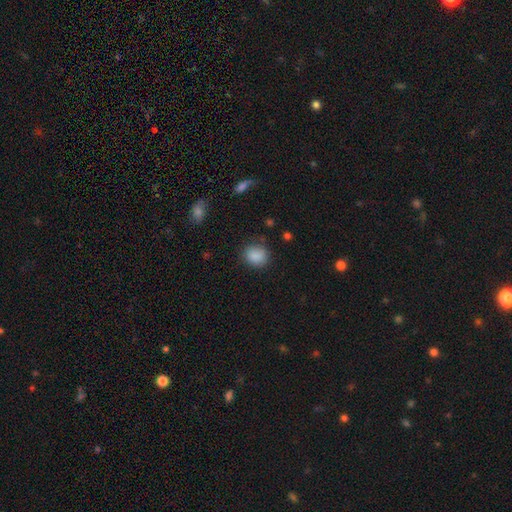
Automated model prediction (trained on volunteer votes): This is clearly a smooth galaxy (87%). How rounded: likely round (67%). Merging: likely none (80%).